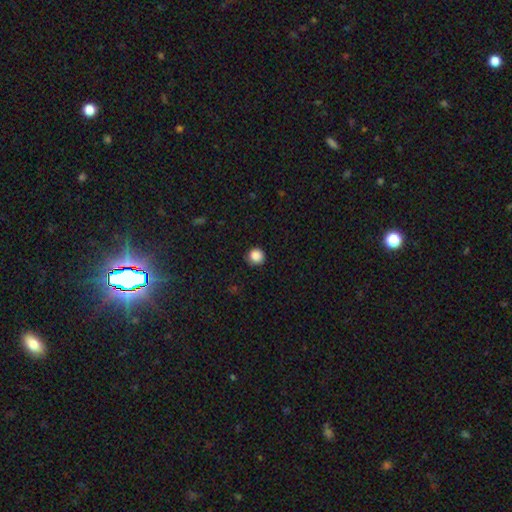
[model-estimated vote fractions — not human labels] The model was most divided on "merging": none: 87%, minor disturbance: 10%, major disturbance: 2%, merger: 1%. More confident: how rounded — round (94%); smooth or featured — smooth (88%).